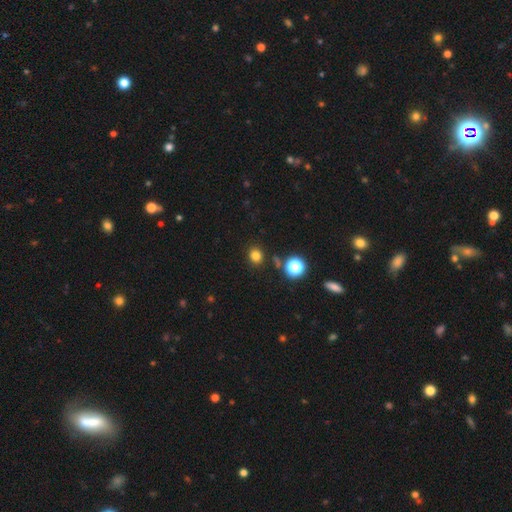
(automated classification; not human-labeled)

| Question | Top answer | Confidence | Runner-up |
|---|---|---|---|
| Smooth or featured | smooth | 78% | star or artifact (17%) |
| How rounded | round | 82% | in between (17%) |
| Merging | none | 87% | minor disturbance (8%) |